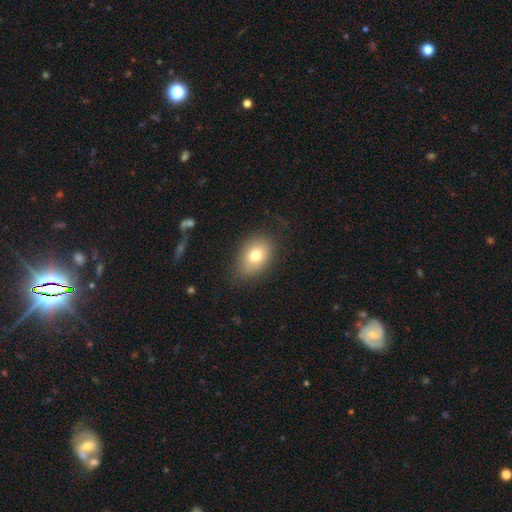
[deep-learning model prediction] This appears to be a smooth galaxy with no disk features (75%) that is in between round and cigar-shaped (75%). Merging: none (80%).